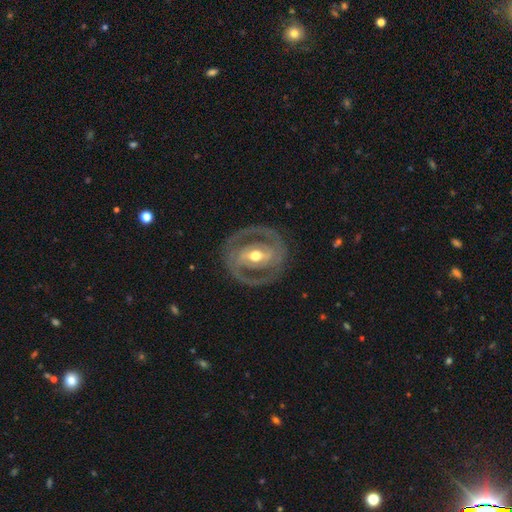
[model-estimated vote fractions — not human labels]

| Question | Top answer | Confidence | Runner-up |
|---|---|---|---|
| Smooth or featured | featured or disk | 84% | smooth (12%) |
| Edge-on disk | no | 95% | yes (5%) |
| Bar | strong | 47% | weak (34%) |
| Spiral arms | yes | 76% | no (24%) |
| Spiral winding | tight | 50% | medium (39%) |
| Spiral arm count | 2 | 85% | can't tell (7%) |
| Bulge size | moderate | 75% | small (14%) |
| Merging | none | 83% | minor disturbance (11%) |